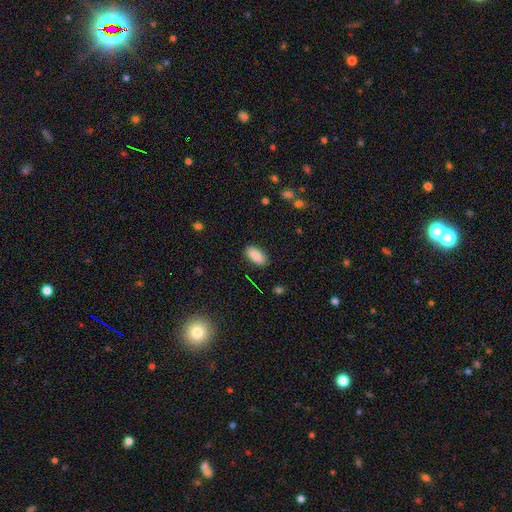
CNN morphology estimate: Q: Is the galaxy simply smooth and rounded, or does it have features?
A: smooth — 89%.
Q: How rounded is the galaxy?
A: in between — 92%.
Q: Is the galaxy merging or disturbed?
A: none — 87%.